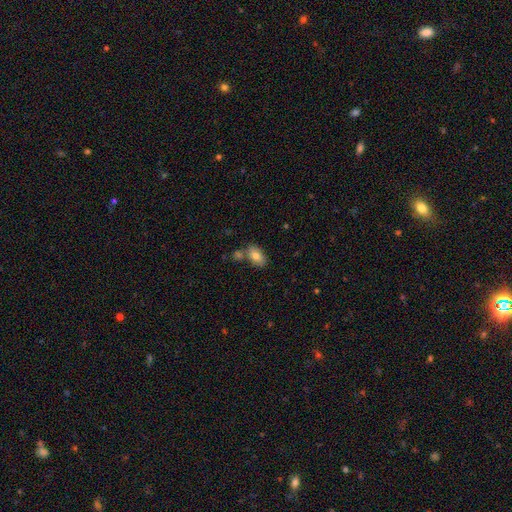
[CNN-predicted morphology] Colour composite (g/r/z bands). It shows a smooth galaxy with no disk features (78%) that is in between round and cigar-shaped (90%). Merging: none (67%).